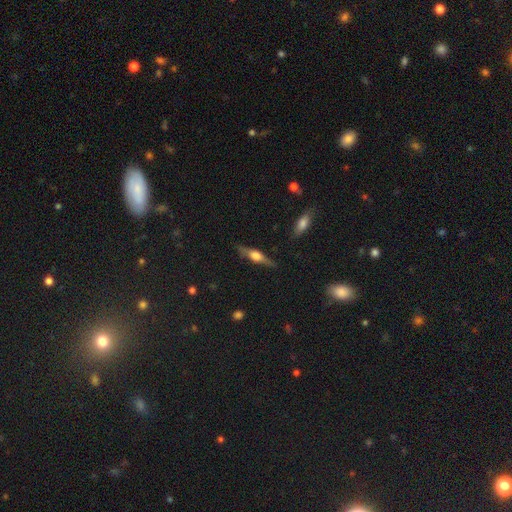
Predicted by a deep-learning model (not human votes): A featured or disk galaxy (70%) viewed edge-on (96%) with a rounded central bulge (87%).

Vote fractions:
- Smooth or featured? featured or disk: 70% / smooth: 24% / star or artifact: 6%
- Edge-on disk? yes: 96% / no: 4%
- Edge-on bulge? rounded: 87% / boxy: 11% / none: 2%
- Merging? none: 86% / minor disturbance: 10% / major disturbance: 3% / merger: 1%